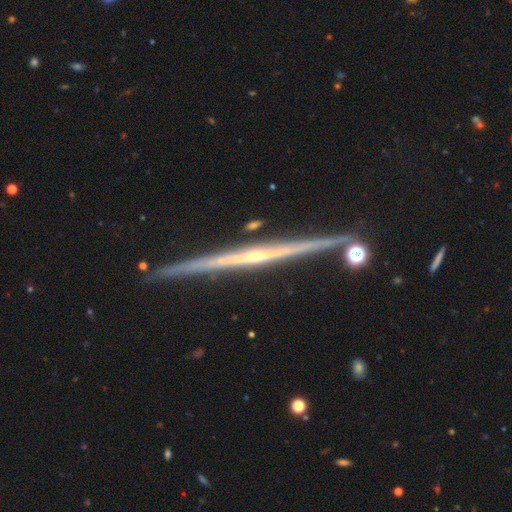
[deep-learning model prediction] Smooth or featured: featured or disk — 86% (smooth — 8%)
Edge-on disk: yes — 98% (no — 2%)
Edge-on bulge: rounded — 53% (none — 42%)
Merging: none — 89% (minor disturbance — 7%)